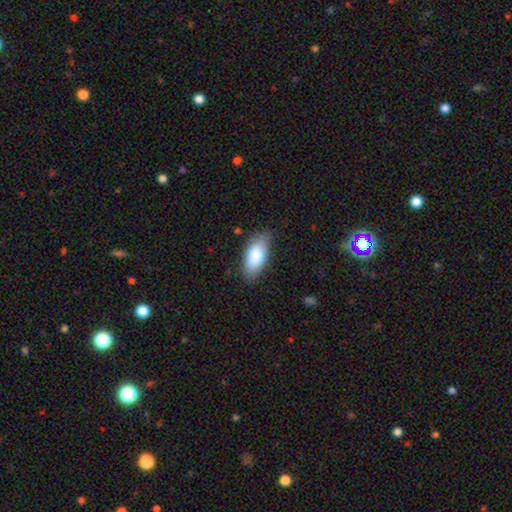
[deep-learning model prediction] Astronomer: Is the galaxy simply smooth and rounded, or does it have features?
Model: smooth — 84%.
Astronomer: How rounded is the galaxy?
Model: in between — 87%.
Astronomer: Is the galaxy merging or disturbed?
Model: none — 79%.